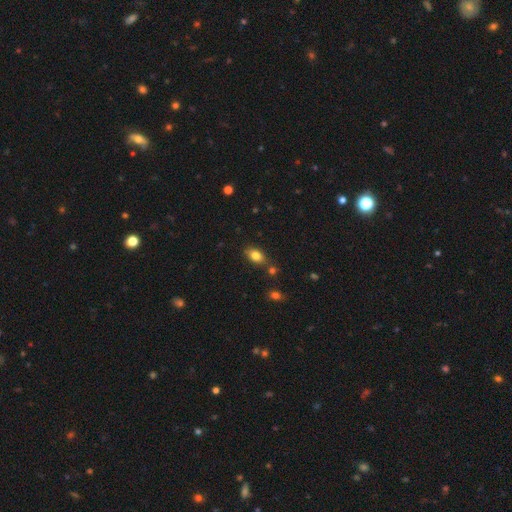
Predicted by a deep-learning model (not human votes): Smooth or featured: smooth — 82% (star or artifact — 9%)
How rounded: in between — 85% (round — 12%)
Merging: none — 75% (minor disturbance — 14%)